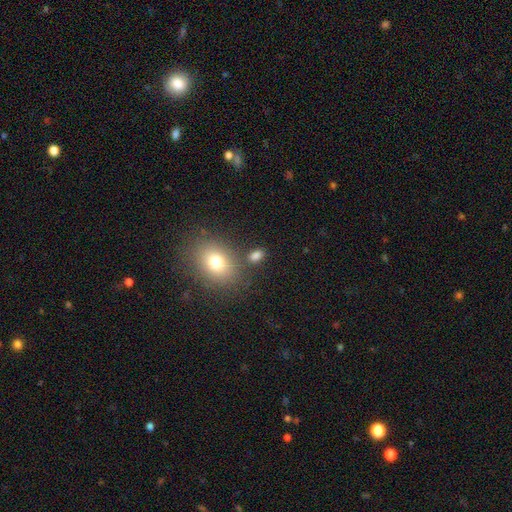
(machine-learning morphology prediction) The model was most divided on "how rounded": in between: 76%, round: 22%, cigar-shaped: 2%. More confident: smooth or featured — smooth (80%); merging — none (74%).